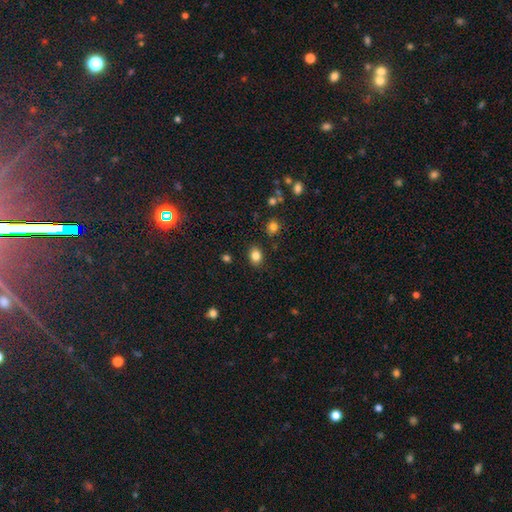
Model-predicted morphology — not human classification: smooth_or_featured: smooth (p=0.84) [alt: star or artifact p=0.11]
how_rounded: in between (p=0.63) [alt: round p=0.36]
merging: none (p=0.85) [alt: minor disturbance p=0.10]